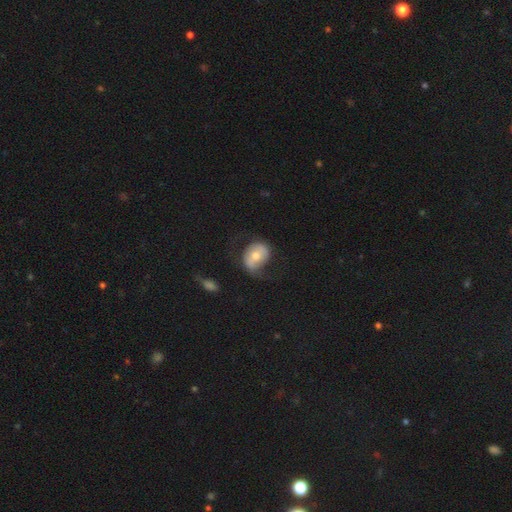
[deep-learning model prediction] Smooth or featured?
  - smooth: 49% *
  - featured or disk: 44%
  - star or artifact: 7%
Merging?
  - none: 49% *
  - minor disturbance: 26%
  - major disturbance: 22%
  - merger: 3%